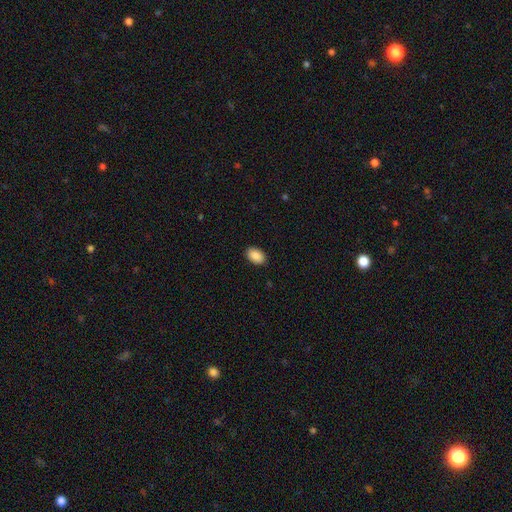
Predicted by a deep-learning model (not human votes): Smooth or featured: smooth — 89% (star or artifact — 7%)
How rounded: in between — 89% (round — 10%)
Merging: none — 90% (minor disturbance — 7%)